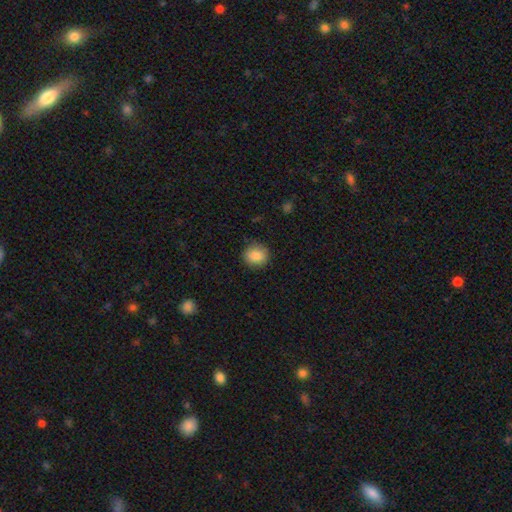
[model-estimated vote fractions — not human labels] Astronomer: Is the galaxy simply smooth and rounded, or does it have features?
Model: smooth — 87%.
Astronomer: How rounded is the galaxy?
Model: round — 81%.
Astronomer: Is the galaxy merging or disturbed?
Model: none — 85%.